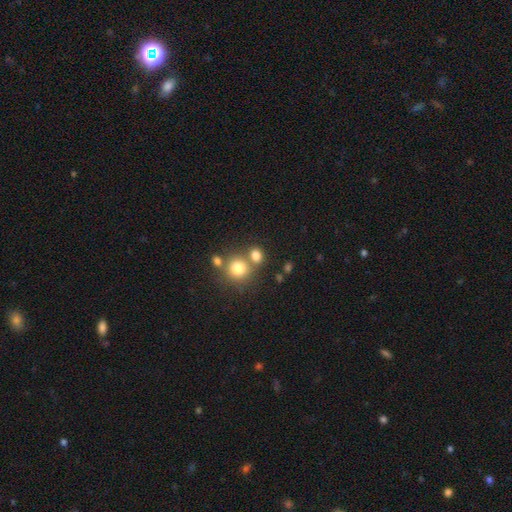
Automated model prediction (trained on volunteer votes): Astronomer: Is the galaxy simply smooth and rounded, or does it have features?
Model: smooth — 78%.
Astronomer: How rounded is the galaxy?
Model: round — 68%.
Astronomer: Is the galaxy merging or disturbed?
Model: none — 54% (runner-up: merger, 33%).